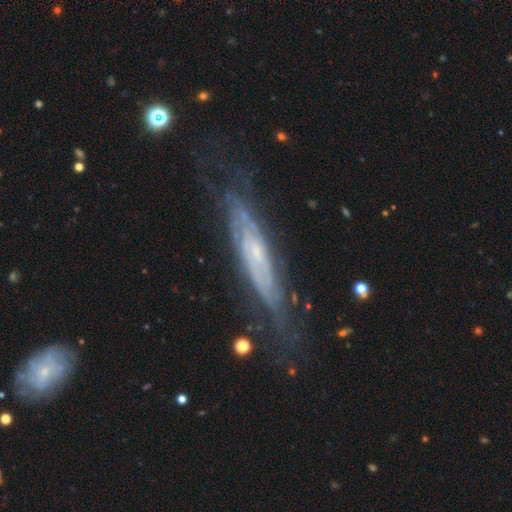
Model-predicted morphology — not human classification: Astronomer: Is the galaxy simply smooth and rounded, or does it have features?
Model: featured or disk — 77%.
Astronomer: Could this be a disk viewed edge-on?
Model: no — 53% (runner-up: yes, 47%).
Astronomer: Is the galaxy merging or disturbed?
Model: none — 71%.